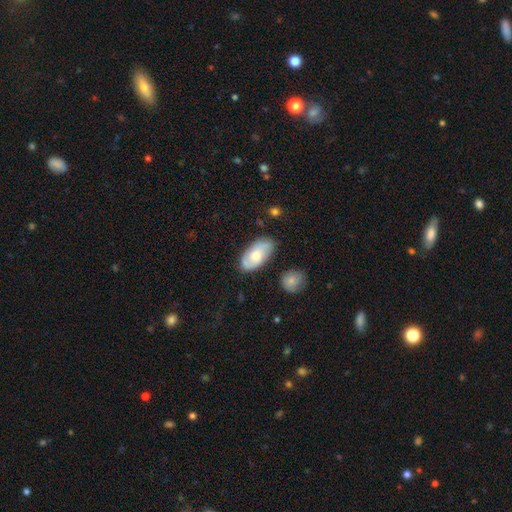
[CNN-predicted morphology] smooth 55%, featured or disk 39%, star or artifact 6%. Down the decision tree: how rounded — in between (93%); merging — none (75%).